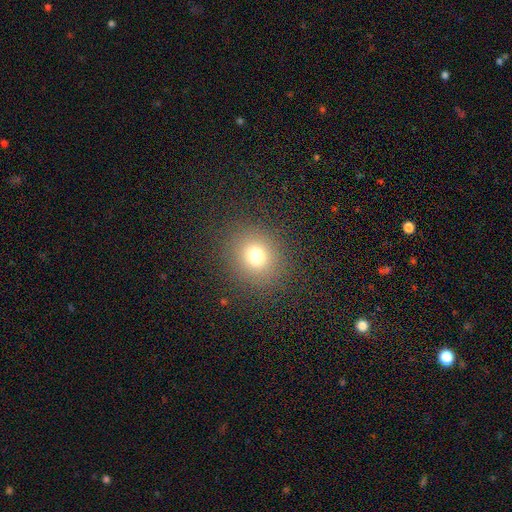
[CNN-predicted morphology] This appears to be a smooth galaxy with no disk features (73%) that is round (82%). Merging: none (87%).